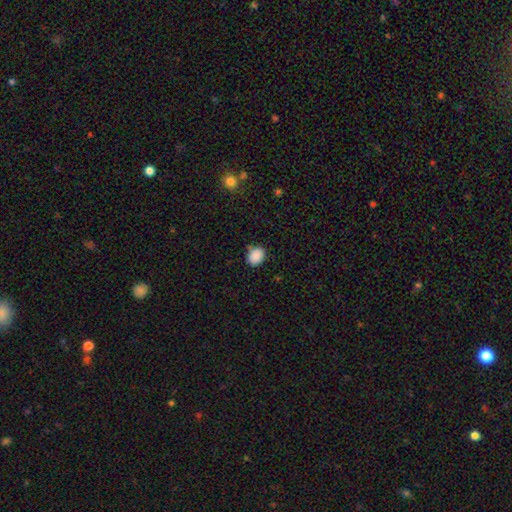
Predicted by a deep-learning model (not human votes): A smooth galaxy with no disk features (88%) that is in between round and cigar-shaped (61%).

Vote fractions:
- Smooth or featured? smooth: 88% / star or artifact: 9% / featured or disk: 3%
- How rounded? in between: 61% / round: 38% / cigar-shaped: 1%
- Merging? none: 77% / minor disturbance: 16% / major disturbance: 4% / merger: 4%